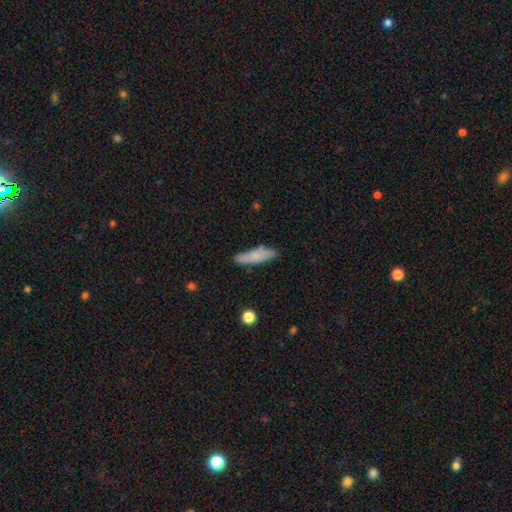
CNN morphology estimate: smooth-or-featured: smooth: 76% | featured or disk: 18% | star or artifact: 7%
  how-rounded: cigar-shaped: 69% | in between: 29% | round: 2%
  merging: none: 80% | minor disturbance: 15% | major disturbance: 3% | merger: 2%